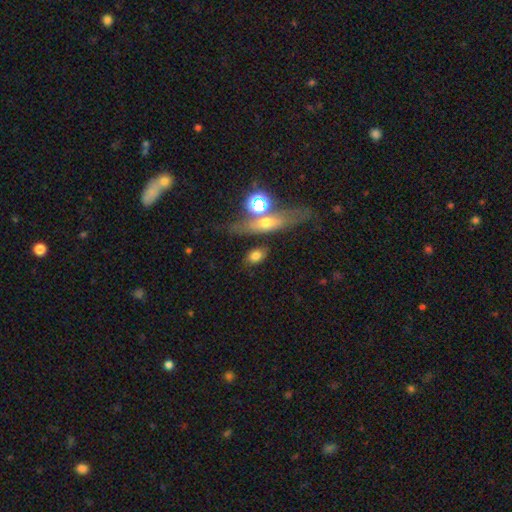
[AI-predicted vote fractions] Smooth or featured?
  - smooth: 69% *
  - featured or disk: 17%
  - star or artifact: 14%
How rounded?
  - in between: 69% *
  - round: 22%
  - cigar-shaped: 9%
Merging?
  - none: 67% *
  - minor disturbance: 15%
  - merger: 11%
  - major disturbance: 7%